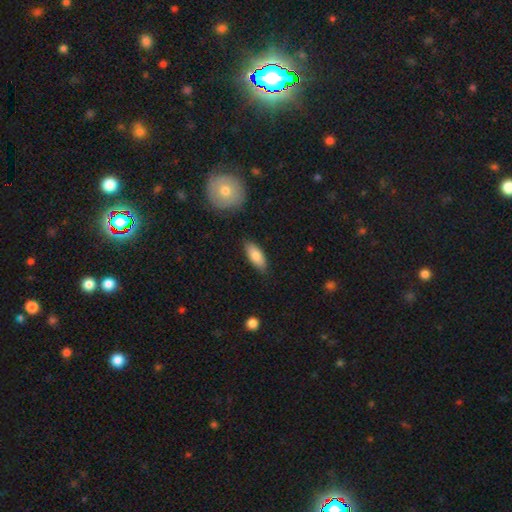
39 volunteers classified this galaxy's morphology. Volunteers were most divided on "how rounded": in between: 83%, cigar-shaped: 14%, round: 3%. More confident: smooth or featured — smooth (90%); merging — none (85%).